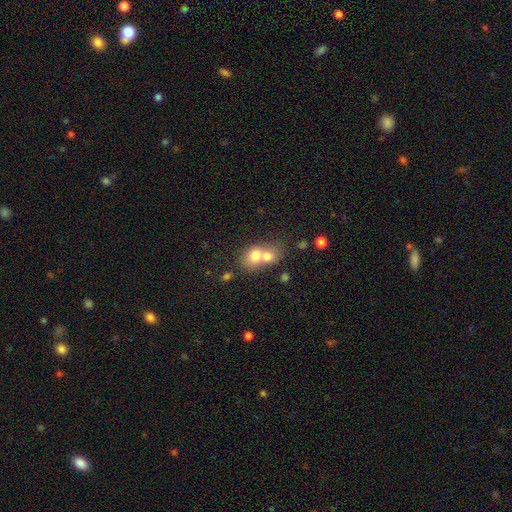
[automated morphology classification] Smooth or featured?
  - smooth: 71% *
  - featured or disk: 20%
  - star or artifact: 9%
How rounded?
  - round: 55% *
  - in between: 44%
  - cigar-shaped: 1%
Merging?
  - merger: 73% *
  - none: 19%
  - minor disturbance: 5%
  - major disturbance: 3%